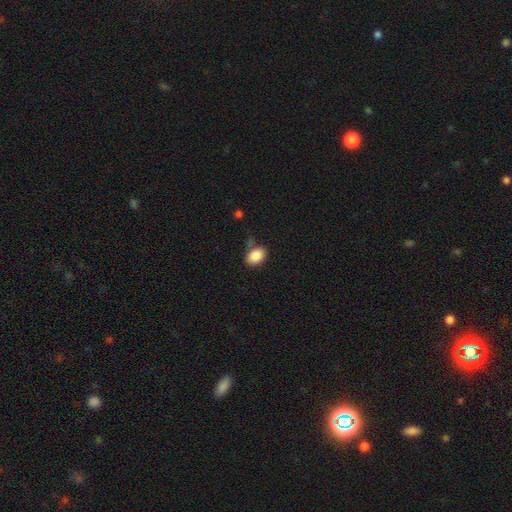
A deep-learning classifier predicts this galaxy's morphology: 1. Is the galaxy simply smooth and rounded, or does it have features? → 87% smooth, 8% star or artifact, 5% featured or disk.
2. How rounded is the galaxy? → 80% in between, 19% round, 1% cigar-shaped.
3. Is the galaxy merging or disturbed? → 71% none, 19% minor disturbance, 6% merger, 5% major disturbance.